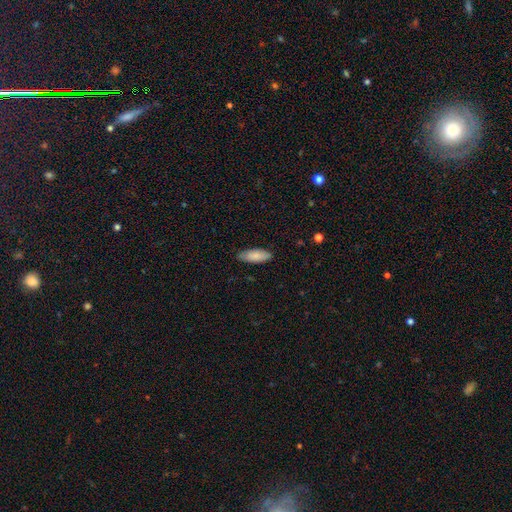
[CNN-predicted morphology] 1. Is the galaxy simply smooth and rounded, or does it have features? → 84% smooth, 10% featured or disk, 6% star or artifact.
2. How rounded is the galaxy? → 75% in between, 23% cigar-shaped, 2% round.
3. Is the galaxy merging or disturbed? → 83% none, 14% minor disturbance, 2% major disturbance, 1% merger.